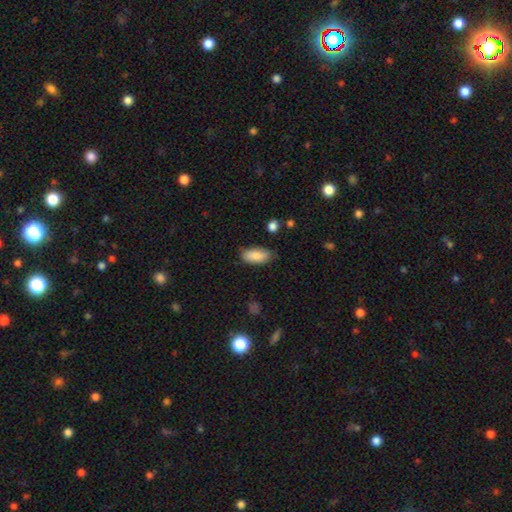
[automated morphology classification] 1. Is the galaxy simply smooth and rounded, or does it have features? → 86% smooth, 7% featured or disk, 7% star or artifact.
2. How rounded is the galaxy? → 89% in between, 9% cigar-shaped, 2% round.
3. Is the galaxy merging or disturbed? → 78% none, 17% minor disturbance, 3% major disturbance, 2% merger.